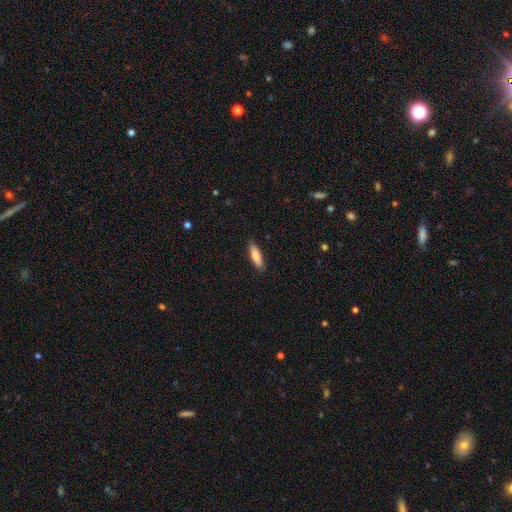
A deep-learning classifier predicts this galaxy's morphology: smooth_or_featured: smooth (p=0.80) [alt: featured or disk p=0.14]
how_rounded: cigar-shaped (p=0.59) [alt: in between p=0.39]
merging: none (p=0.87) [alt: minor disturbance p=0.10]